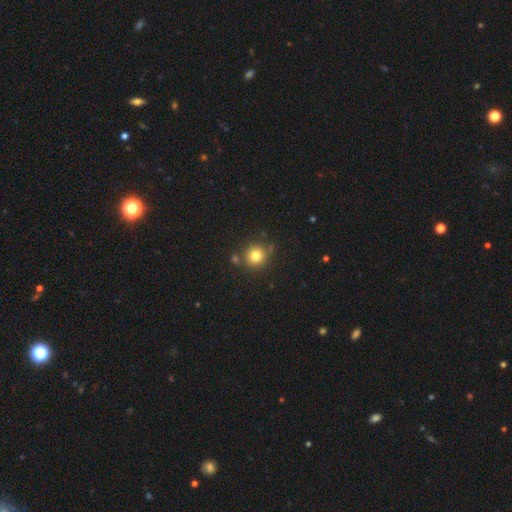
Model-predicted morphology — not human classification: The model was most divided on "smooth or featured": smooth: 79%, star or artifact: 13%, featured or disk: 8%. More confident: how rounded — round (91%); merging — none (77%).